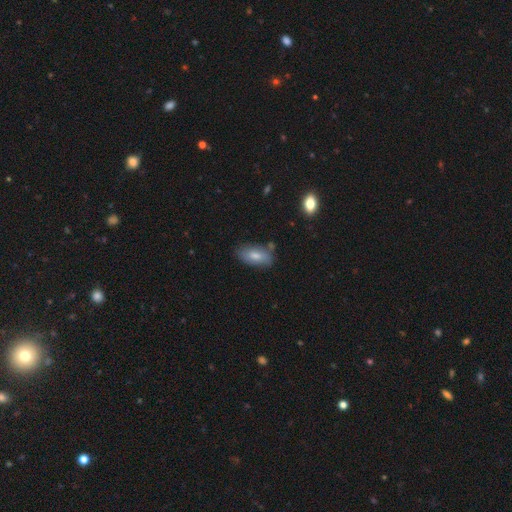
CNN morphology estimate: smooth-or-featured: smooth: 75% | featured or disk: 18% | star or artifact: 7%
  how-rounded: in between: 89% | cigar-shaped: 9% | round: 3%
  merging: none: 72% | minor disturbance: 19% | merger: 5% | major disturbance: 4%